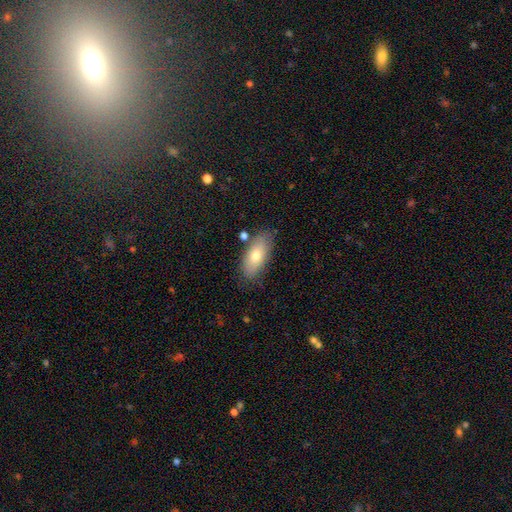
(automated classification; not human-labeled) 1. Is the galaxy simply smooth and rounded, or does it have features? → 72% smooth, 20% featured or disk, 8% star or artifact.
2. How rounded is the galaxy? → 84% in between, 13% cigar-shaped, 3% round.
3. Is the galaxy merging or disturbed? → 83% none, 12% minor disturbance, 3% merger, 2% major disturbance.